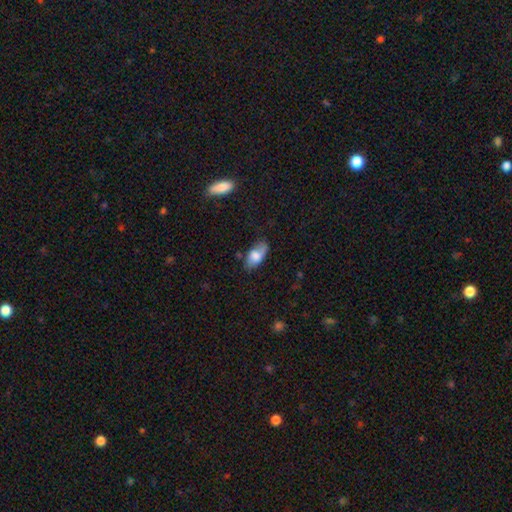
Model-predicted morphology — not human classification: Smooth or featured? Predicted: smooth (p=0.72). How rounded? Predicted: in between (p=0.90). Merging? Predicted: none (p=0.60).